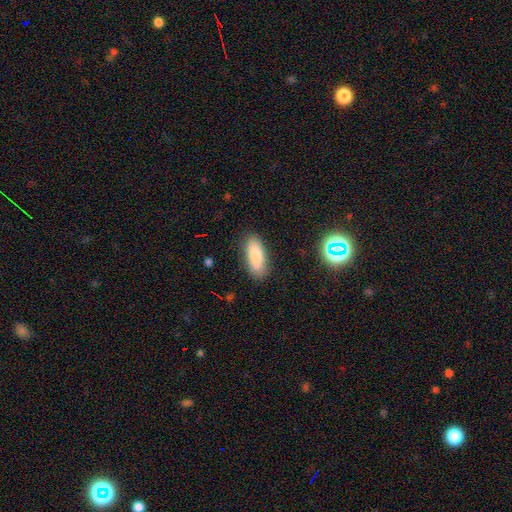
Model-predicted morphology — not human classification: Smooth or featured?
  - smooth: 85% *
  - star or artifact: 8%
  - featured or disk: 7%
How rounded?
  - in between: 71% *
  - cigar-shaped: 27%
  - round: 2%
Merging?
  - none: 84% *
  - minor disturbance: 12%
  - major disturbance: 3%
  - merger: 2%